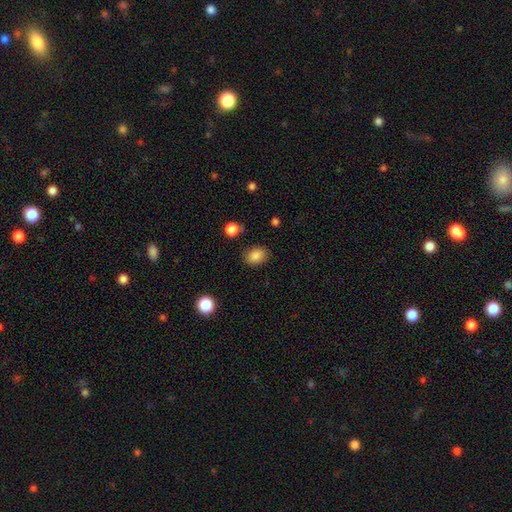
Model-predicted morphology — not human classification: smooth-or-featured: smooth: 86% | star or artifact: 9% | featured or disk: 5%
  how-rounded: in between: 67% | round: 32% | cigar-shaped: 1%
  merging: none: 84% | minor disturbance: 11% | major disturbance: 3% | merger: 2%